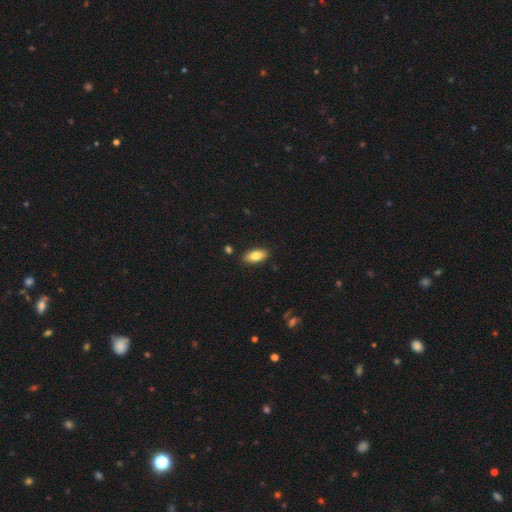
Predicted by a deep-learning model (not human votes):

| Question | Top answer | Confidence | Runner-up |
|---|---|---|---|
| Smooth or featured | smooth | 80% | featured or disk (13%) |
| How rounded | in between | 88% | cigar-shaped (9%) |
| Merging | none | 88% | minor disturbance (9%) |